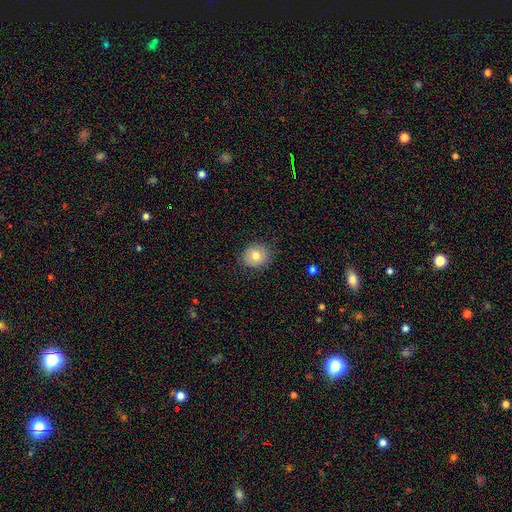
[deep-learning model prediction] A smooth galaxy with no disk features (74%) that is round (78%). Merging: none (85%).